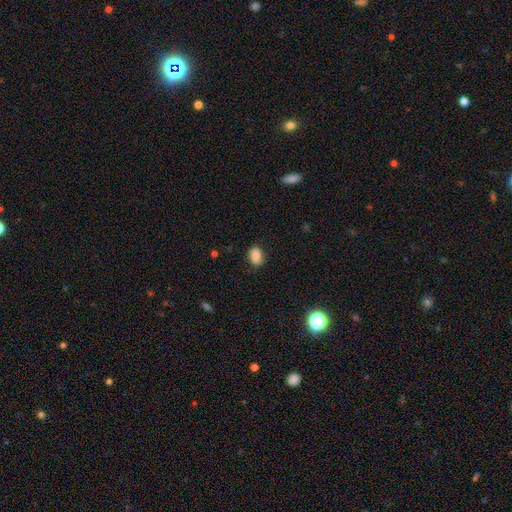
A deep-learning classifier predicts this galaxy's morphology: A smooth galaxy with no disk features (81%) that is in between round and cigar-shaped (74%). Merging: none (77%).